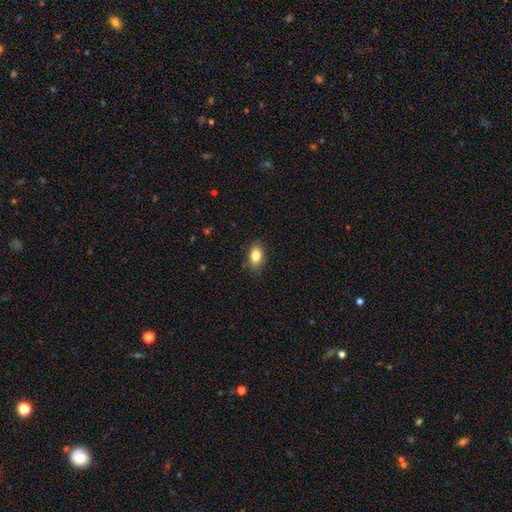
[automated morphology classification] Overall: smooth (85%). How rounded: in between (86%). Merging: none (83%).